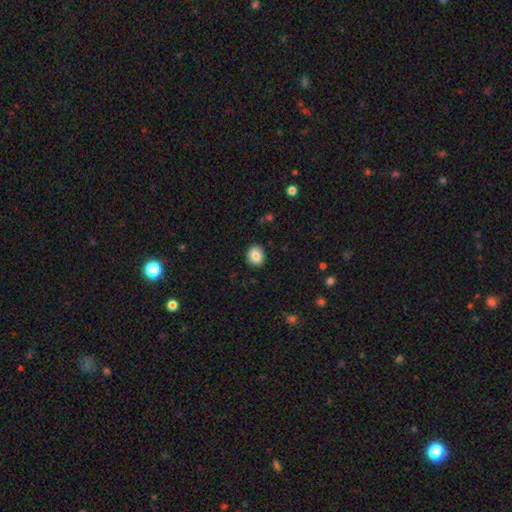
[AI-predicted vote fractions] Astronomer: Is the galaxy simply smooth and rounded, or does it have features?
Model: smooth — 84%.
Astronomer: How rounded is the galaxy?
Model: round — 59% (runner-up: in between, 40%).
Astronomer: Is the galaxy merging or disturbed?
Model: none — 89%.